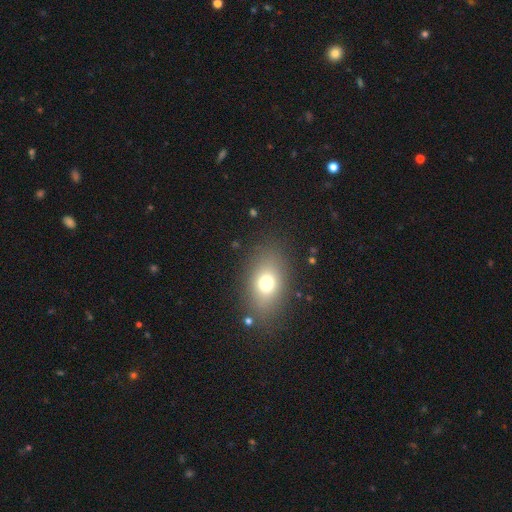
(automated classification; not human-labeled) This is likely a smooth galaxy (71%). How rounded: likely in between (79%). Merging: clearly none (86%).